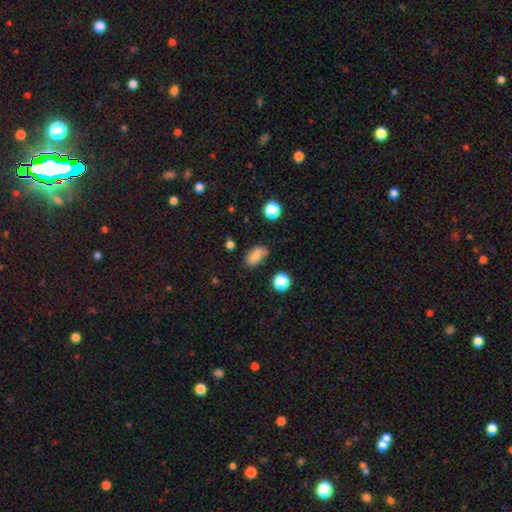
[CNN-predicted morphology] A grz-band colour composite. It shows a smooth galaxy with no disk features (79%) that is in between round and cigar-shaped (87%). Merging: none (73%).